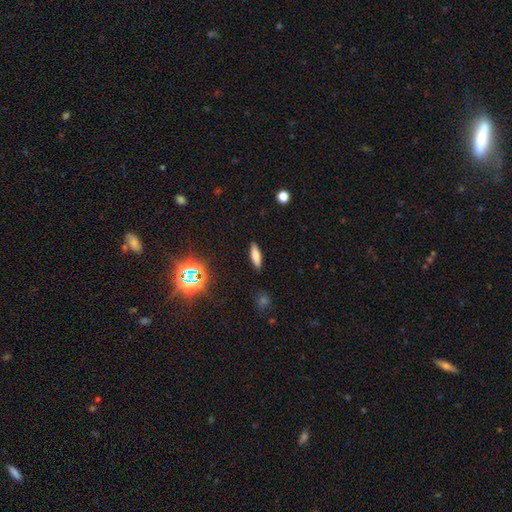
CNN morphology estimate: The model was most divided on "how rounded": cigar-shaped: 57%, in between: 40%, round: 3%. More confident: merging — none (89%); smooth or featured — smooth (74%).